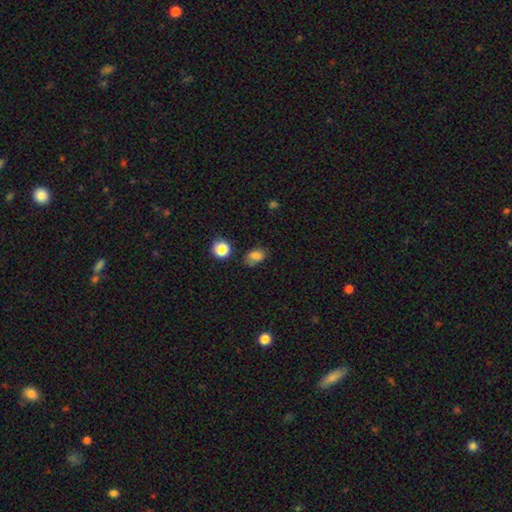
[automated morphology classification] Q: Smooth or featured?
A: smooth (79%); runner-up: star or artifact (15%)
Q: How rounded?
A: in between (76%); runner-up: round (22%)
Q: Merging?
A: none (67%); runner-up: minor disturbance (22%)